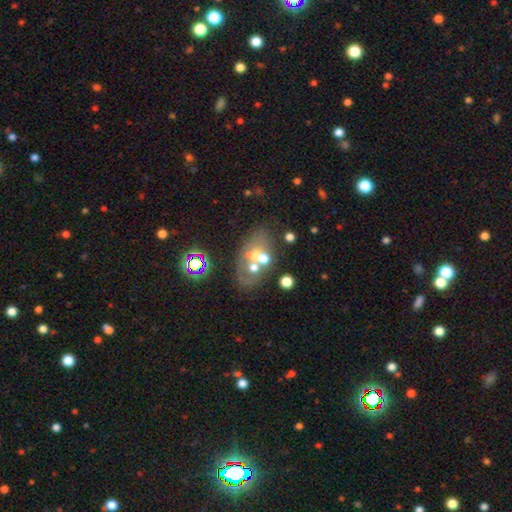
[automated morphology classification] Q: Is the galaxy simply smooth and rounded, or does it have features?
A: featured or disk — 44%.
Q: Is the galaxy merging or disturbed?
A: none — 39%, tied with merger.